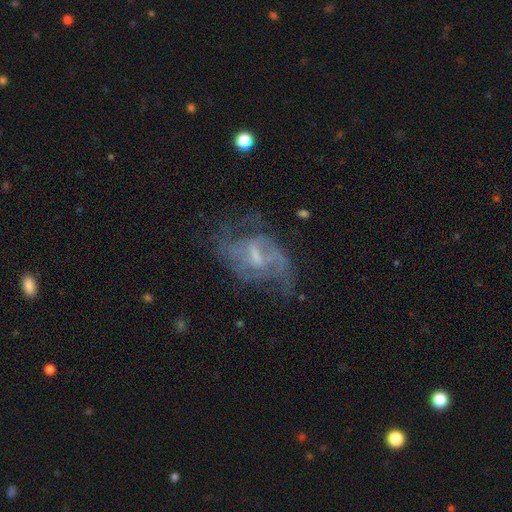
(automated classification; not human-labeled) Smooth or featured?
  - featured or disk: 74% *
  - star or artifact: 13%
  - smooth: 13%
Edge-on disk?
  - no: 96% *
  - yes: 4%
Bar?
  - weak: 53% *
  - no: 33%
  - strong: 15%
Spiral arms?
  - yes: 85% *
  - no: 15%
Spiral winding?
  - medium: 47% *
  - tight: 28%
  - loose: 26%
Spiral arm count?
  - 2: 43% *
  - can't tell: 32%
  - 3: 12%
  - 1: 5%
  - 4: 4%
  - more than 4: 3%
Bulge size?
  - small: 49% *
  - moderate: 34%
  - none: 13%
  - large: 3%
  - dominant: 1%
Merging?
  - none: 60% *
  - minor disturbance: 20%
  - major disturbance: 18%
  - merger: 2%